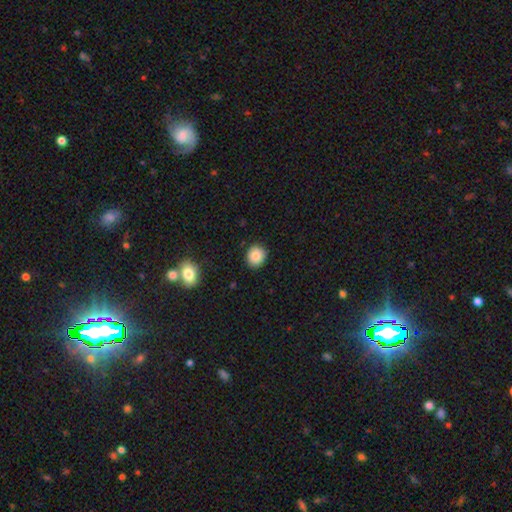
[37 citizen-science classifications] smooth_or_featured: smooth (p=0.89) [alt: featured or disk p=0.05]
how_rounded: round (p=0.76) [alt: in between p=0.24]
merging: none (p=0.83) [alt: minor disturbance p=0.14]